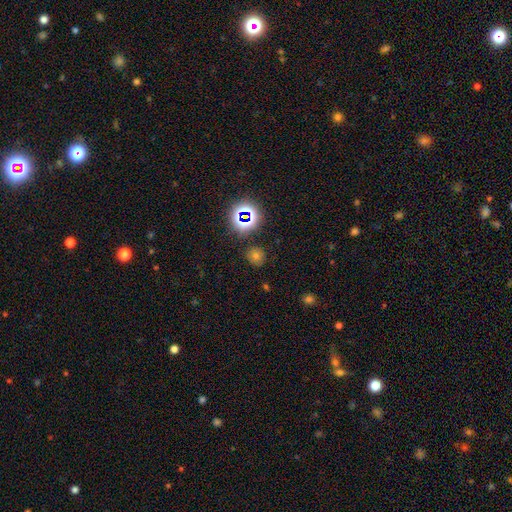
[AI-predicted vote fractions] A smooth galaxy with no disk features (57%) that is round (87%). Merging: none (85%).